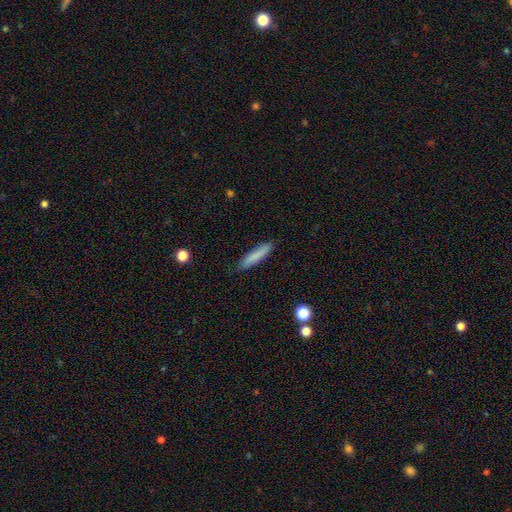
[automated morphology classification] smooth 83%, featured or disk 11%, star or artifact 7%. Down the decision tree: how rounded — cigar-shaped (86%); merging — none (86%).